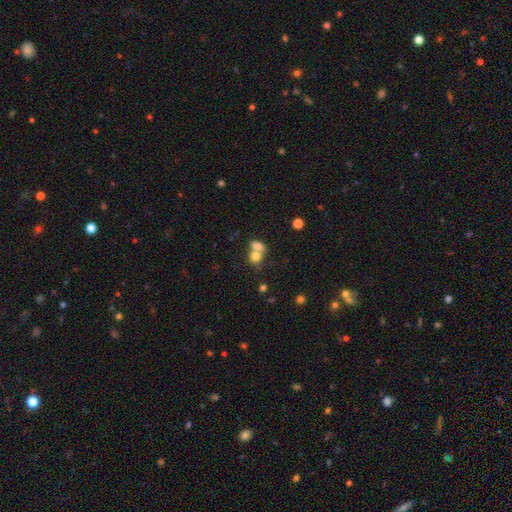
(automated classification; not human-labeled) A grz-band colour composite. It shows a smooth galaxy with no disk features (76%) that is round (56%). Merging: merger (60%).